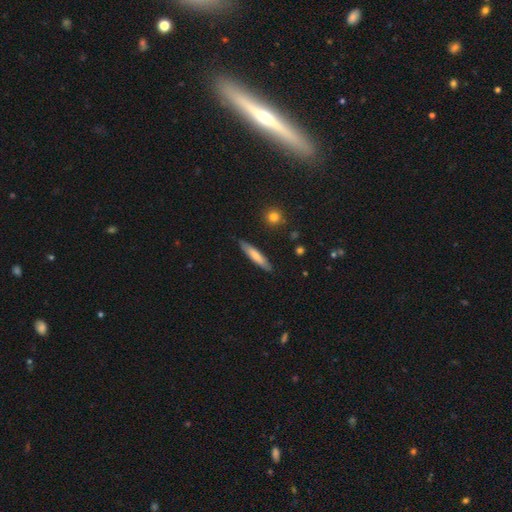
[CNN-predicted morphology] Smooth or featured? smooth (68%)
How rounded? cigar-shaped (85%)
Merging? none (86%)